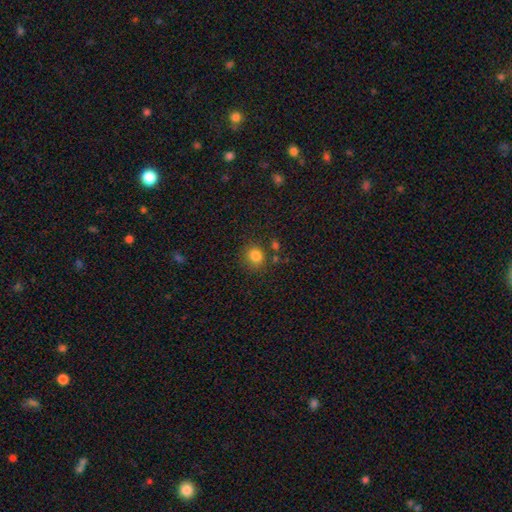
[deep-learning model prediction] smooth_or_featured: smooth (p=0.82) [alt: star or artifact p=0.12]
how_rounded: round (p=0.78) [alt: in between p=0.21]
merging: none (p=0.78) [alt: minor disturbance p=0.12]